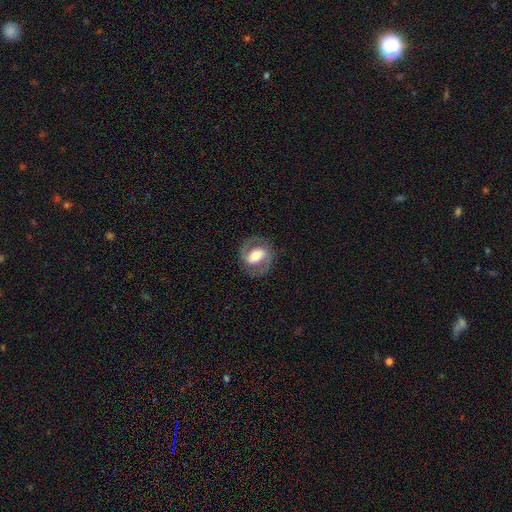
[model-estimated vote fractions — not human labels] A featured or disk galaxy (75%) with a strong bar (42%), 2 (90%) medium (53%) spiral arms (86%) and a moderate central bulge (55%). Merging: none (83%).